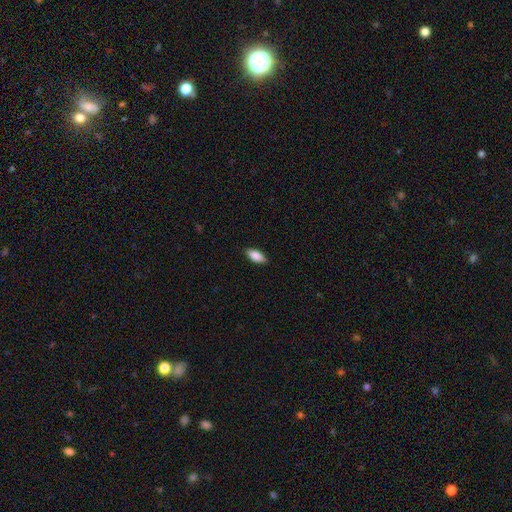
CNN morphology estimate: Smooth or featured?
  - smooth: 87% *
  - featured or disk: 7%
  - star or artifact: 6%
How rounded?
  - in between: 86% *
  - cigar-shaped: 12%
  - round: 2%
Merging?
  - none: 88% *
  - minor disturbance: 9%
  - major disturbance: 2%
  - merger: 1%